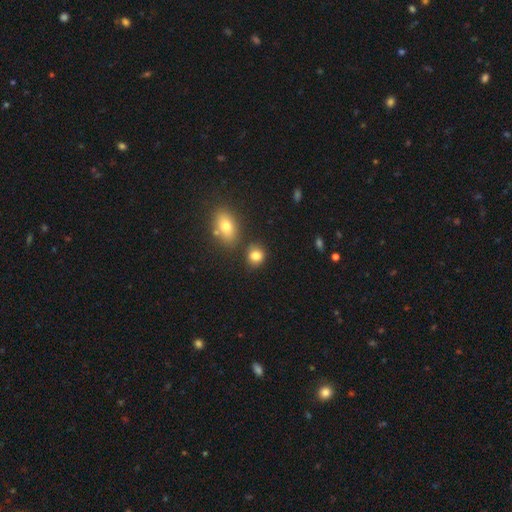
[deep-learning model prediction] Smooth or featured: smooth — 83% (star or artifact — 11%)
How rounded: round — 69% (in between — 29%)
Merging: none — 77% (minor disturbance — 11%)